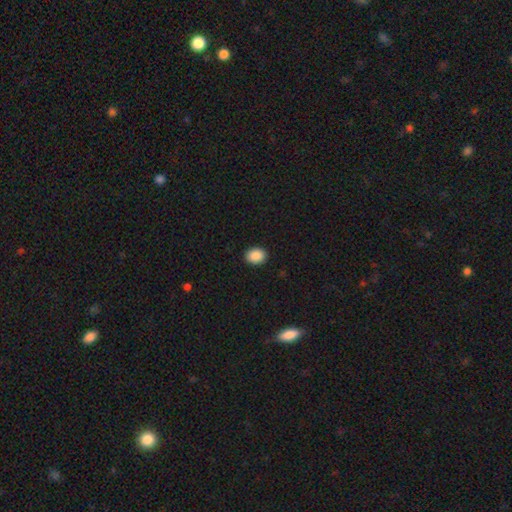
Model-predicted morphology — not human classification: This is clearly a smooth galaxy (89%). How rounded: possibly in between (54%). Merging: clearly none (91%).